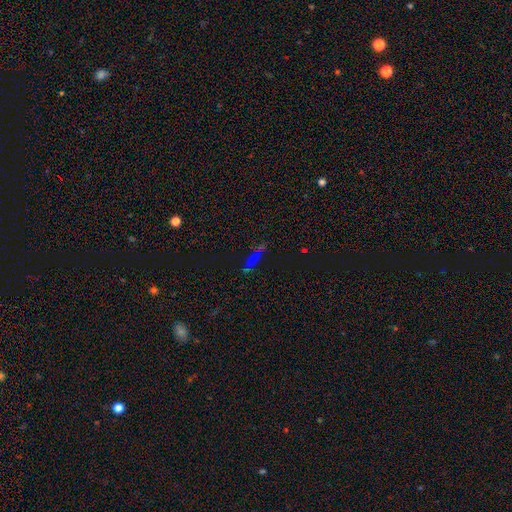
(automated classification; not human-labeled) smooth-or-featured: smooth: 48% | star or artifact: 33% | featured or disk: 19%
  merging: none: 68% | minor disturbance: 16% | merger: 10% | major disturbance: 7%